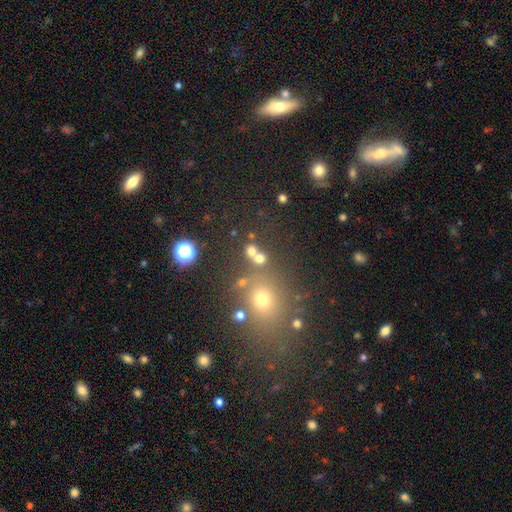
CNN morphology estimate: This is likely a smooth galaxy (61%). How rounded: likely round (79%). Merging: likely none (64%).